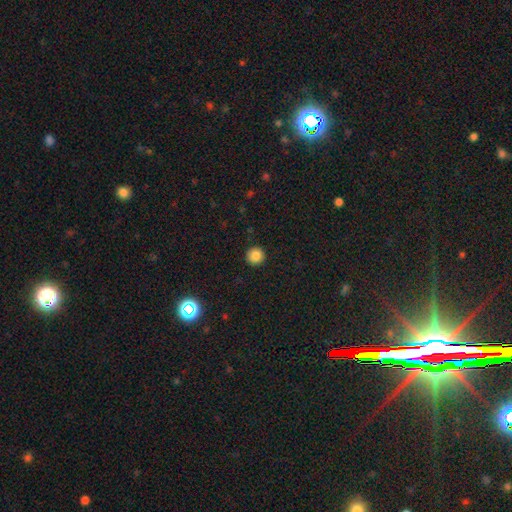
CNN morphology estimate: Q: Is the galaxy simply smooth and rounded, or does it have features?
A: smooth — 84%.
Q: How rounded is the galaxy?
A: round — 96%.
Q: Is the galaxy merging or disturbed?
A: none — 93%.